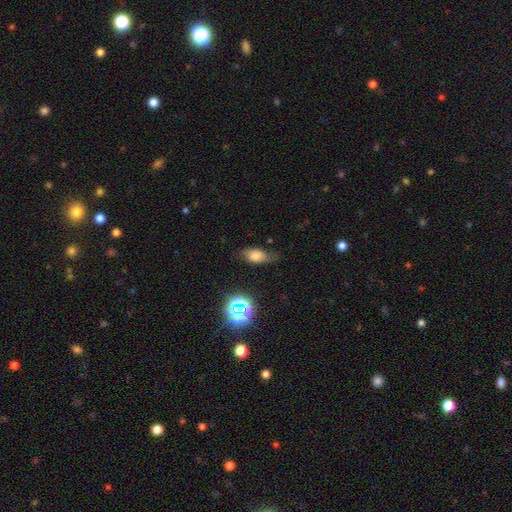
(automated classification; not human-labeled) smooth 64%, featured or disk 21%, star or artifact 15%. Down the decision tree: how rounded — in between (82%); merging — none (60%).